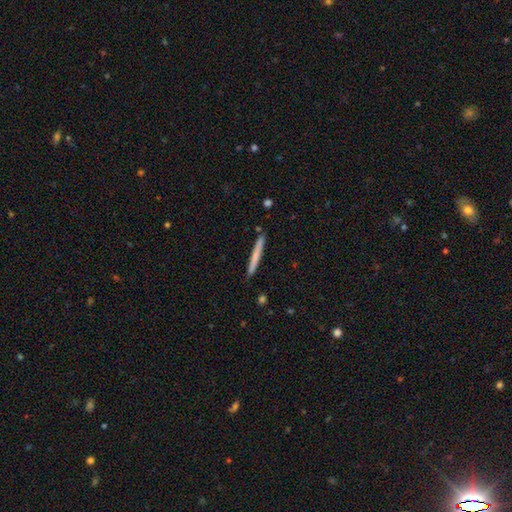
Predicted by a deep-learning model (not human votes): Smooth or featured? smooth (67%)
How rounded? cigar-shaped (97%)
Merging? none (91%)